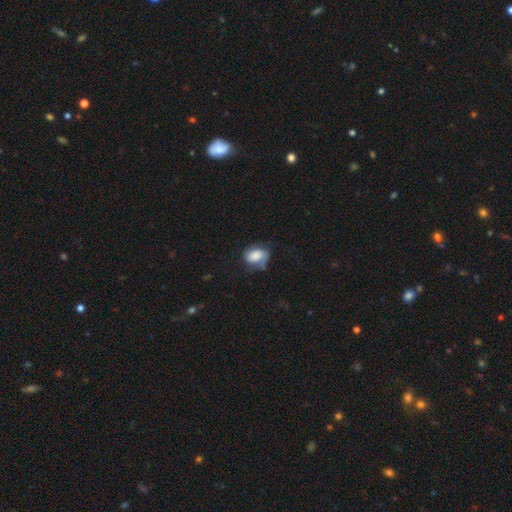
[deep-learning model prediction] The model was most divided on "merging": none: 45%, minor disturbance: 33%, major disturbance: 20%, merger: 2%. More confident: how rounded — in between (73%); smooth or featured — smooth (65%).